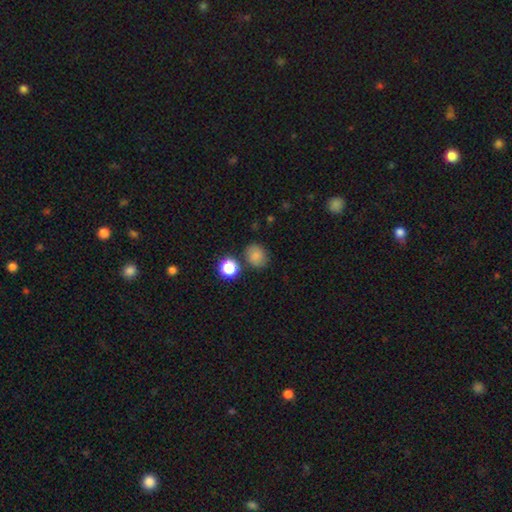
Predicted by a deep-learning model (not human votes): Overall: smooth (79%). How rounded: round (59%; in between 40%). Merging: none (77%).